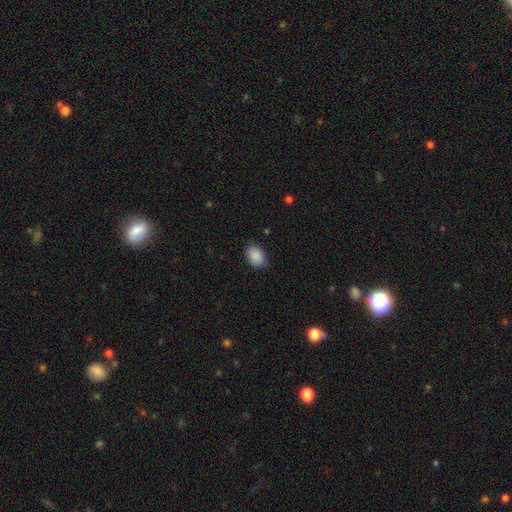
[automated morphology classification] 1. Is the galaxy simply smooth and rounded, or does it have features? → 89% smooth, 7% star or artifact, 4% featured or disk.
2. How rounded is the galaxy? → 84% in between, 15% round, 1% cigar-shaped.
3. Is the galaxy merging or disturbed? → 85% none, 12% minor disturbance, 2% major disturbance, 1% merger.